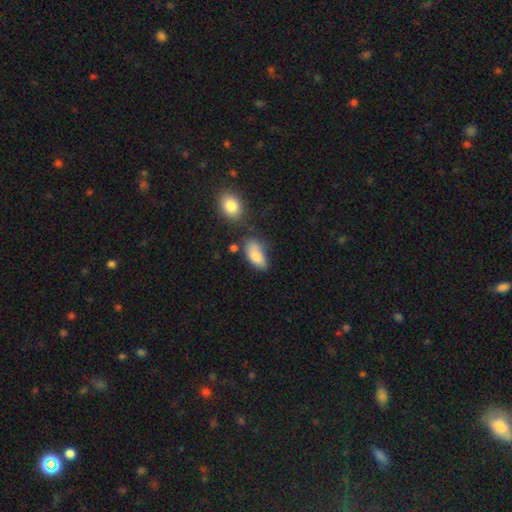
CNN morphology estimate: smooth-or-featured: smooth: 80% | featured or disk: 12% | star or artifact: 8%
  how-rounded: in between: 91% | round: 5% | cigar-shaped: 4%
  merging: none: 49% | minor disturbance: 29% | merger: 12% | major disturbance: 10%